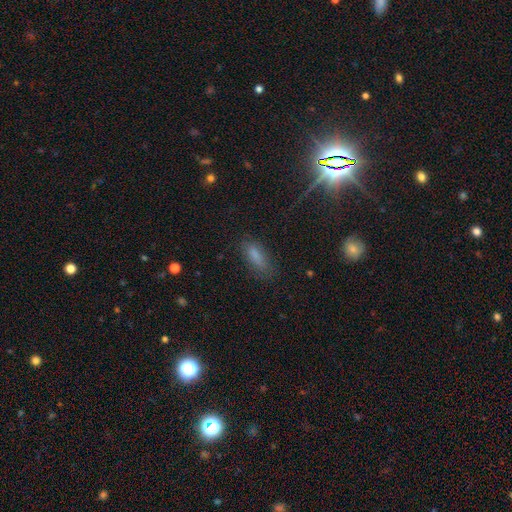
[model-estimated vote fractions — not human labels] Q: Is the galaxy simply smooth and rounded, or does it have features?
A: smooth — 76%.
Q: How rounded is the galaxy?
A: in between — 69%.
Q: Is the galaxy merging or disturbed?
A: none — 75%.